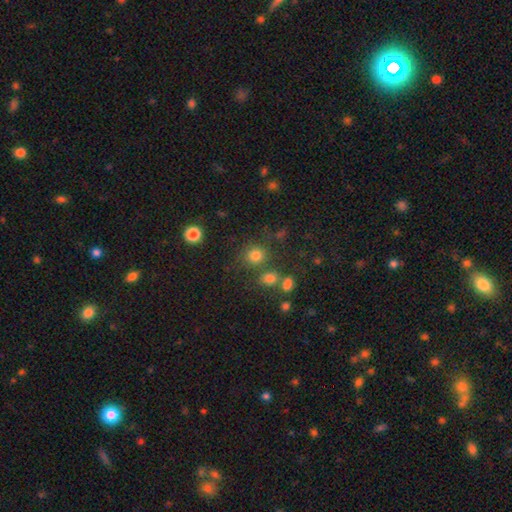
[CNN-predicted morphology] This is likely a smooth galaxy (77%). How rounded: clearly round (84%). Merging: likely none (73%).